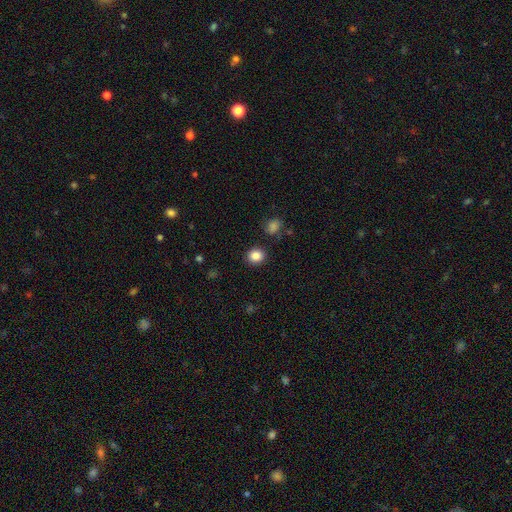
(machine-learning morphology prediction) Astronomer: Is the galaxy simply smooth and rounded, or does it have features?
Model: smooth — 86%.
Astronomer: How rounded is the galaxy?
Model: round — 79%.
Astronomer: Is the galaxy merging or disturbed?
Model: none — 88%.